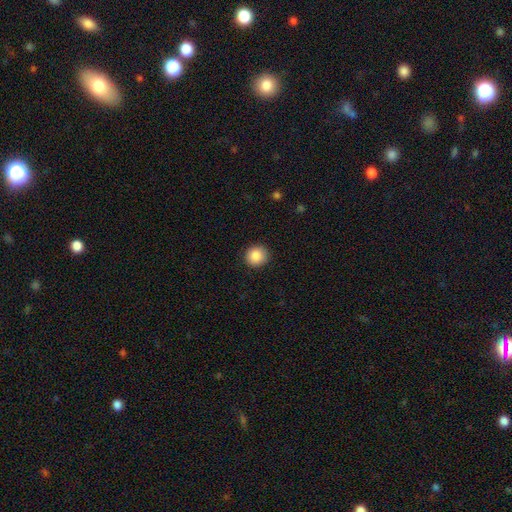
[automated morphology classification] This appears to be a smooth galaxy with no disk features (88%) that is round (88%). Merging: none (90%).